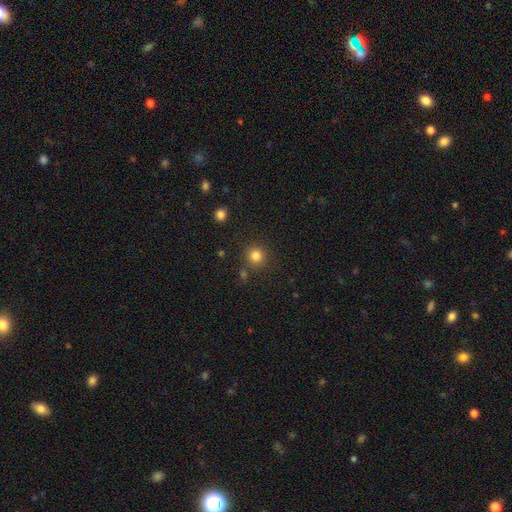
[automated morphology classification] The model was most divided on "smooth or featured": smooth: 82%, star or artifact: 13%, featured or disk: 5%. More confident: how rounded — round (93%); merging — none (85%).